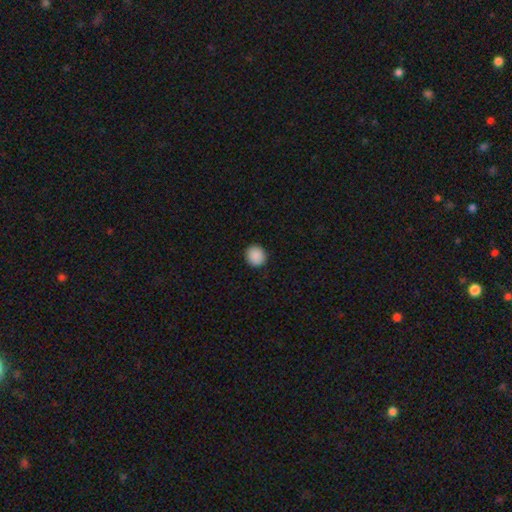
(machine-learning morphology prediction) This appears to be a smooth galaxy with no disk features (90%) that is round (87%). Merging: none (92%).